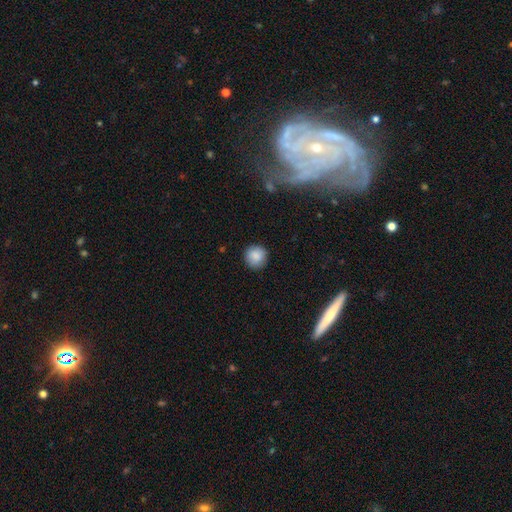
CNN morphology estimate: Smooth or featured: smooth — 87% (star or artifact — 8%)
How rounded: round — 93% (in between — 6%)
Merging: none — 89% (minor disturbance — 8%)